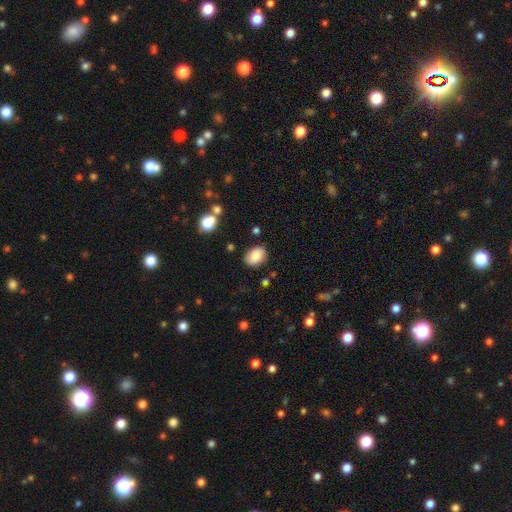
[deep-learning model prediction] Smooth or featured: smooth — 82% (featured or disk — 9%)
How rounded: in between — 74% (round — 25%)
Merging: none — 79% (minor disturbance — 15%)